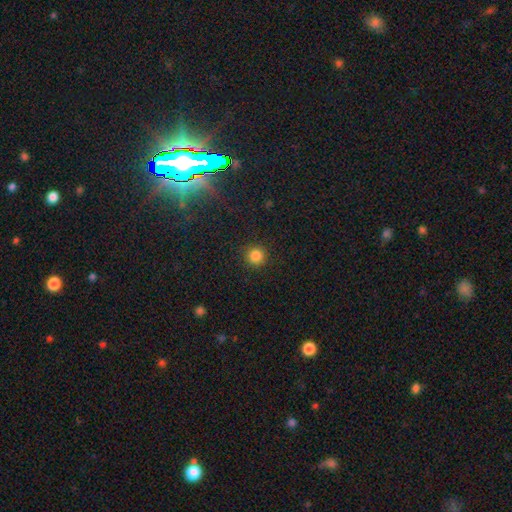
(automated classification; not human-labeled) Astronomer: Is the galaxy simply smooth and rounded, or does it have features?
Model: smooth — 84%.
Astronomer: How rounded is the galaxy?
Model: round — 94%.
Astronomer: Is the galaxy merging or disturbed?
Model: none — 91%.